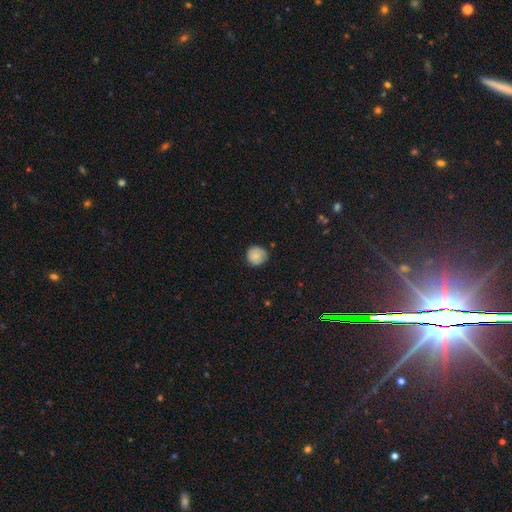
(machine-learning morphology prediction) A smooth galaxy with no disk features (79%) that is round (90%).

Vote fractions:
- Smooth or featured? smooth: 79% / featured or disk: 13% / star or artifact: 8%
- How rounded? round: 90% / in between: 9% / cigar-shaped: 1%
- Merging? none: 78% / minor disturbance: 18% / major disturbance: 3% / merger: 1%